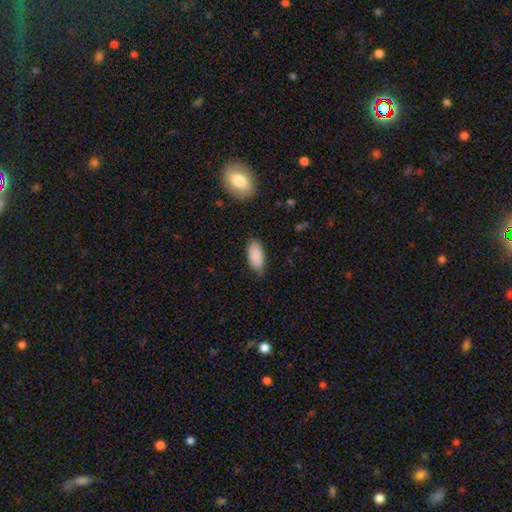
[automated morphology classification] The model was most divided on "merging": none: 81%, minor disturbance: 15%, major disturbance: 3%, merger: 1%. More confident: smooth or featured — smooth (89%); how rounded — in between (89%).